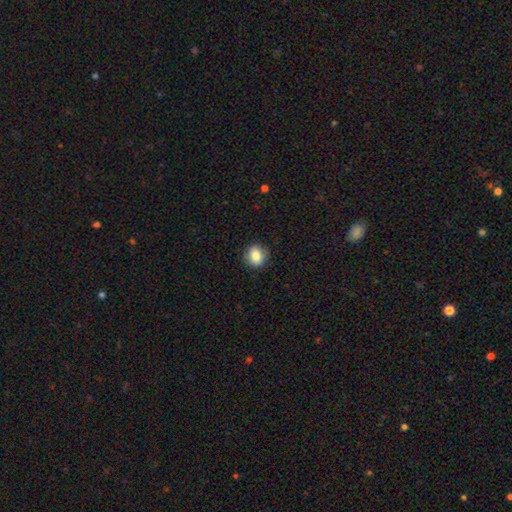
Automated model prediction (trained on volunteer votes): A smooth galaxy with no disk features (80%) that is round (67%).

Vote fractions:
- Smooth or featured? smooth: 80% / featured or disk: 11% / star or artifact: 9%
- How rounded? round: 67% / in between: 31% / cigar-shaped: 1%
- Merging? none: 86% / minor disturbance: 11% / major disturbance: 3% / merger: 1%